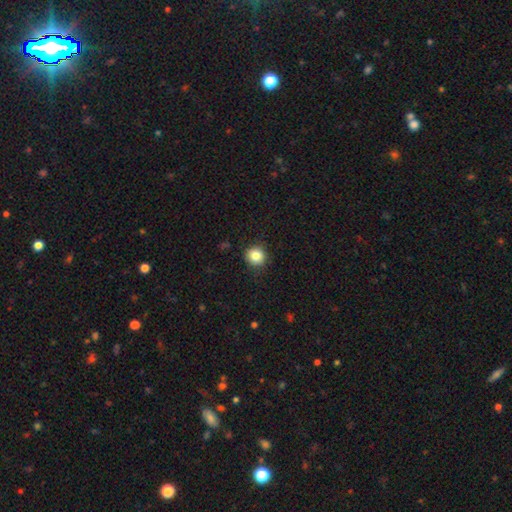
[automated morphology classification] Smooth or featured: smooth — 84% (star or artifact — 10%)
How rounded: round — 92% (in between — 7%)
Merging: none — 89% (minor disturbance — 8%)